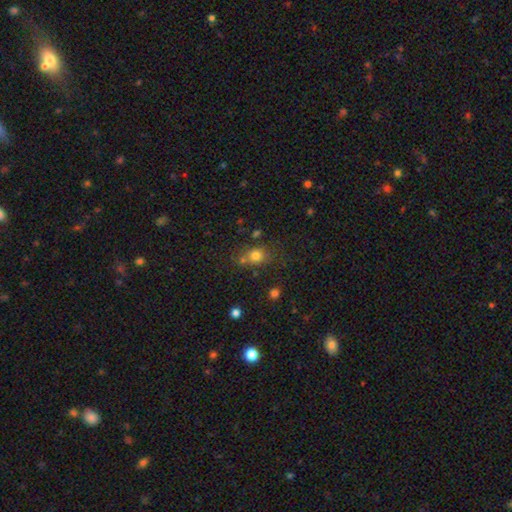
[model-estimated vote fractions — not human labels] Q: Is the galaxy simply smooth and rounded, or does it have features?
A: smooth — 76%.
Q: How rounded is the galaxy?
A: round — 63%.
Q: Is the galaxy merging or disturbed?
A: none — 64%.